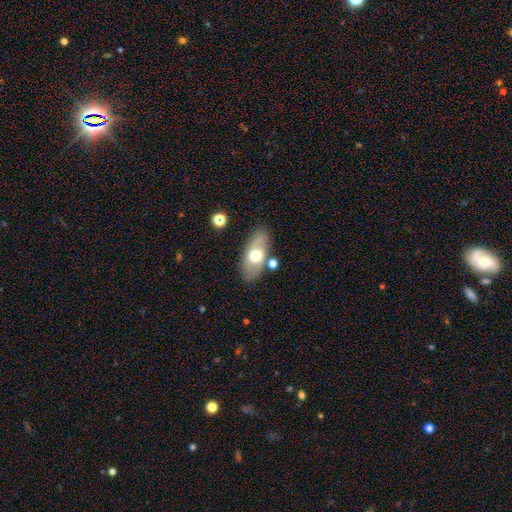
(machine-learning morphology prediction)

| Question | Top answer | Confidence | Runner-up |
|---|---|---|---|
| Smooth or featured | smooth | 55% | featured or disk (38%) |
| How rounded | in between | 86% | cigar-shaped (9%) |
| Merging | none | 75% | minor disturbance (14%) |